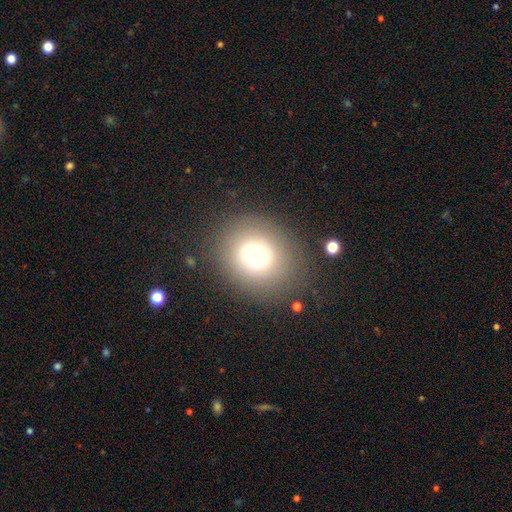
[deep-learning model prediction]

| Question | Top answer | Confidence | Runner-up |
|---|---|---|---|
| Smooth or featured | smooth | 67% | featured or disk (20%) |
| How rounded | round | 82% | in between (17%) |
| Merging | none | 82% | minor disturbance (10%) |